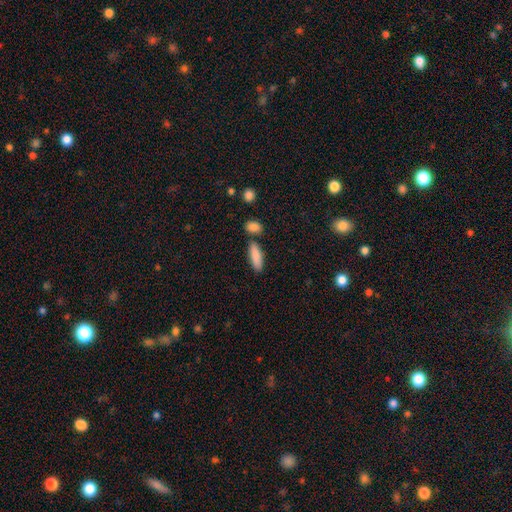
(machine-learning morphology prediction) A smooth galaxy with no disk features (87%) that is in between round and cigar-shaped (58%).

Vote fractions:
- Smooth or featured? smooth: 87% / featured or disk: 6% / star or artifact: 6%
- How rounded? in between: 58% / cigar-shaped: 39% / round: 2%
- Merging? none: 75% / merger: 11% / minor disturbance: 11% / major disturbance: 3%